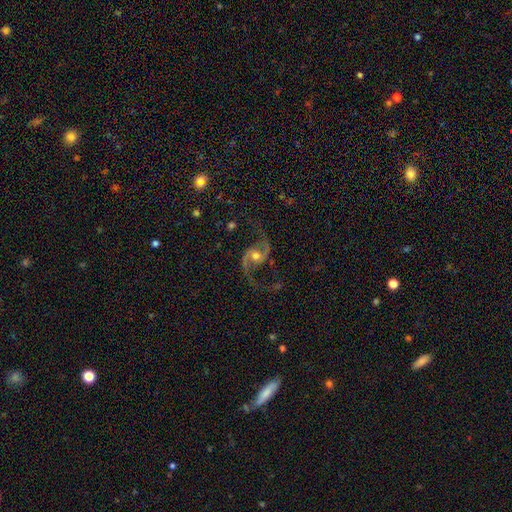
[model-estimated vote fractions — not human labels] Q: Smooth or featured?
A: featured or disk (92%); runner-up: star or artifact (5%)
Q: Edge-on disk?
A: no (98%); runner-up: yes (2%)
Q: Bar?
A: no (61%); runner-up: weak (28%)
Q: Spiral arms?
A: yes (98%); runner-up: no (2%)
Q: Spiral winding?
A: loose (63%); runner-up: medium (31%)
Q: Spiral arm count?
A: 2 (95%); runner-up: 1 (1%)
Q: Bulge size?
A: moderate (69%); runner-up: small (22%)
Q: Merging?
A: none (78%); runner-up: minor disturbance (12%)